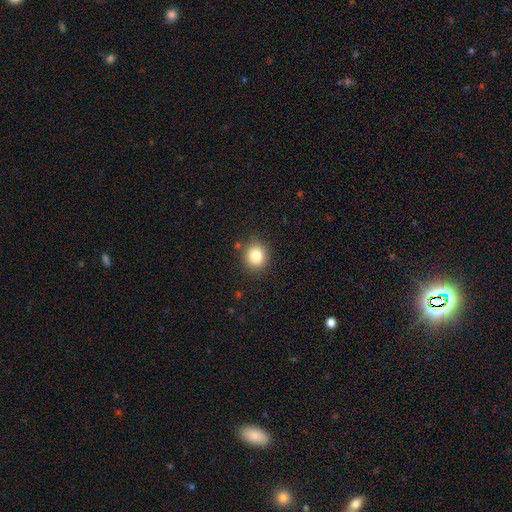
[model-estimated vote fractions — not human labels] The model was most divided on "smooth or featured": smooth: 82%, star or artifact: 11%, featured or disk: 7%. More confident: merging — none (88%); how rounded — round (86%).